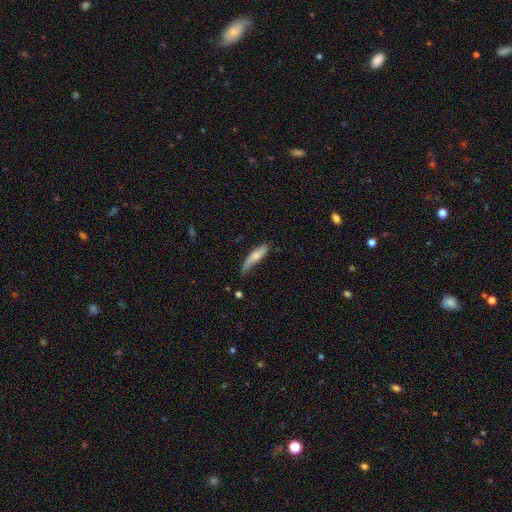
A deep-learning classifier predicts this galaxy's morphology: A smooth galaxy with no disk features (63%) that is cigar-shaped (75%). Merging: none (50%).